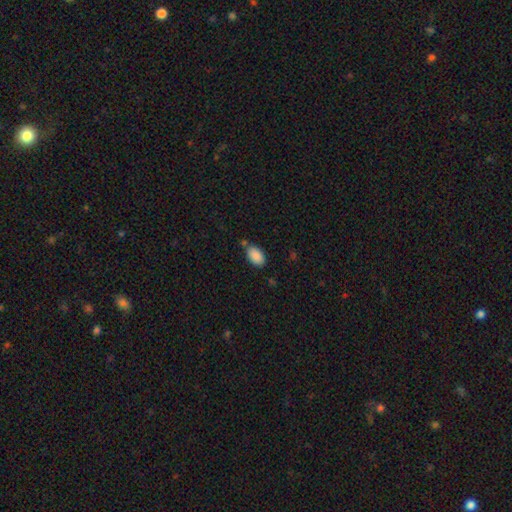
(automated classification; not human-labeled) A smooth galaxy with no disk features (89%) that is in between round and cigar-shaped (93%).

Vote fractions:
- Smooth or featured? smooth: 89% / star or artifact: 7% / featured or disk: 3%
- How rounded? in between: 93% / round: 6% / cigar-shaped: 1%
- Merging? none: 71% / minor disturbance: 17% / merger: 9% / major disturbance: 4%